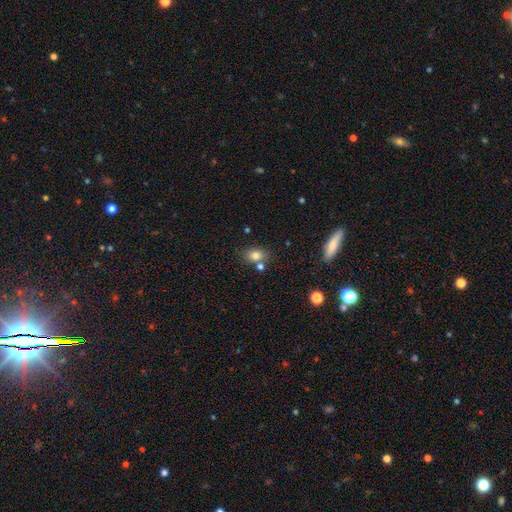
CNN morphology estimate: A smooth galaxy with no disk features (78%) that is in between round and cigar-shaped (68%). Merging: none (66%).